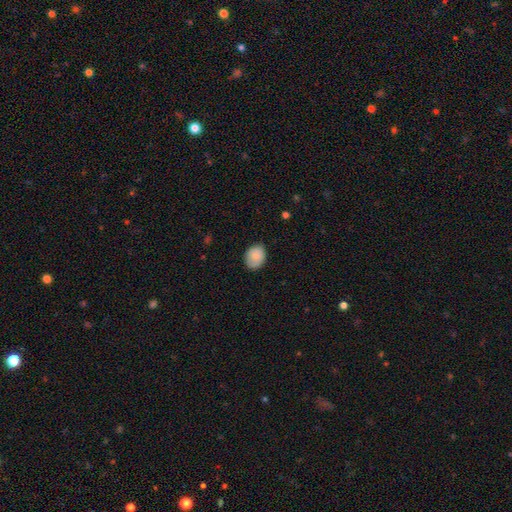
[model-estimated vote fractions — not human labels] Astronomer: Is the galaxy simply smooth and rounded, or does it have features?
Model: smooth — 82%.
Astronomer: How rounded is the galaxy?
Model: in between — 53% (runner-up: round, 46%).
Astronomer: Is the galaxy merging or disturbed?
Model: none — 74%.